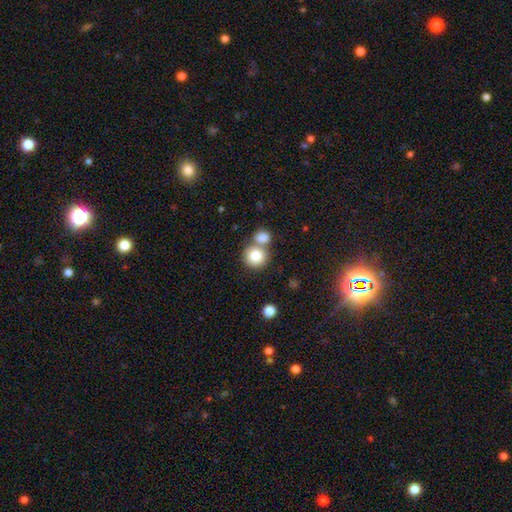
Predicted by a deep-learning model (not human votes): Q: Smooth or featured?
A: smooth (79%); runner-up: featured or disk (11%)
Q: How rounded?
A: round (89%); runner-up: in between (10%)
Q: Merging?
A: none (49%); runner-up: merger (41%)